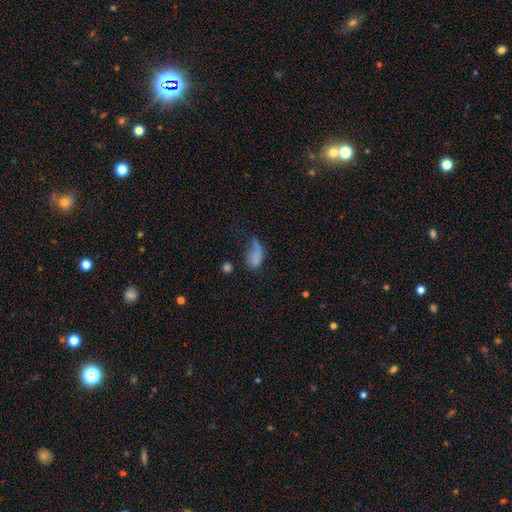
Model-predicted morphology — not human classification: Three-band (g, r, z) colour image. It shows a smooth galaxy with no disk features (66%) that is in between round and cigar-shaped (86%). Merging: major disturbance (43%).